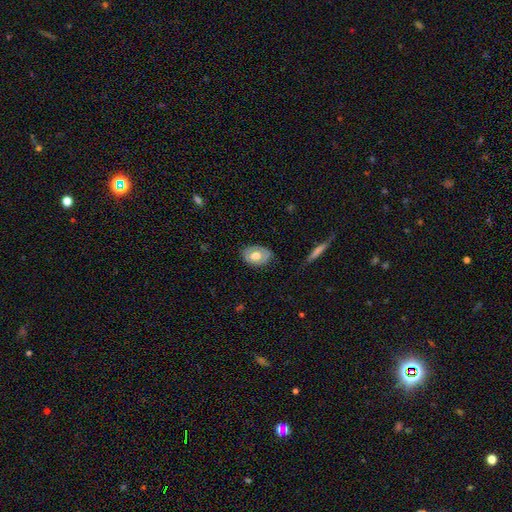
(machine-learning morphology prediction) Overall: smooth (61%; featured or disk 33%). How rounded: in between (76%). Merging: none (78%).